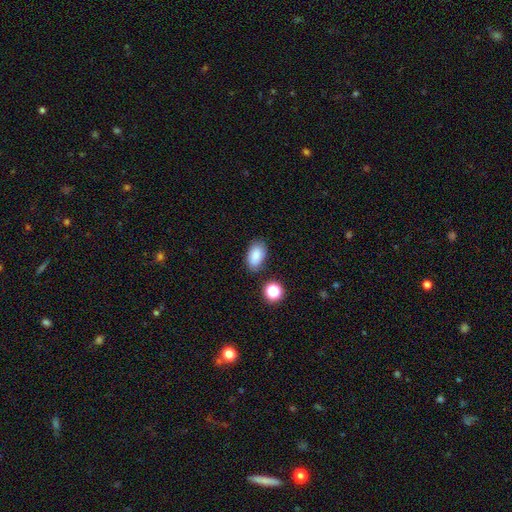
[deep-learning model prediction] Overall: smooth (85%). How rounded: in between (92%). Merging: none (78%).